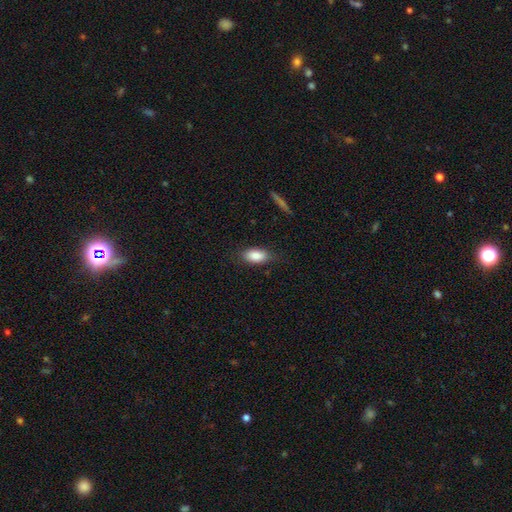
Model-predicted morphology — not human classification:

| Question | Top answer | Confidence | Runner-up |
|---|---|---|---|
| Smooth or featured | smooth | 85% | featured or disk (8%) |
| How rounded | in between | 89% | cigar-shaped (6%) |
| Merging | none | 80% | minor disturbance (15%) |